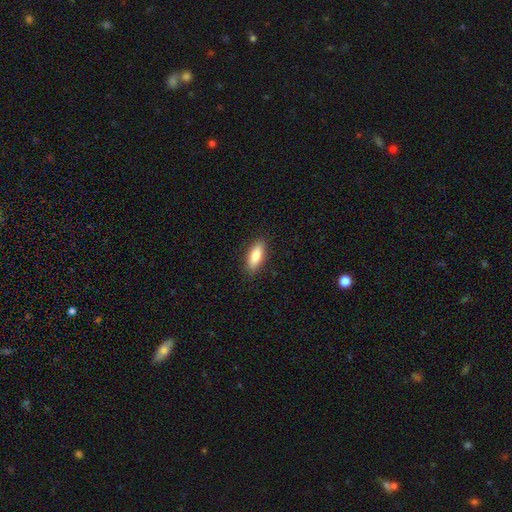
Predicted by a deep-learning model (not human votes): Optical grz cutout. It shows a smooth galaxy with no disk features (81%) that is in between round and cigar-shaped (71%). Merging: none (88%).